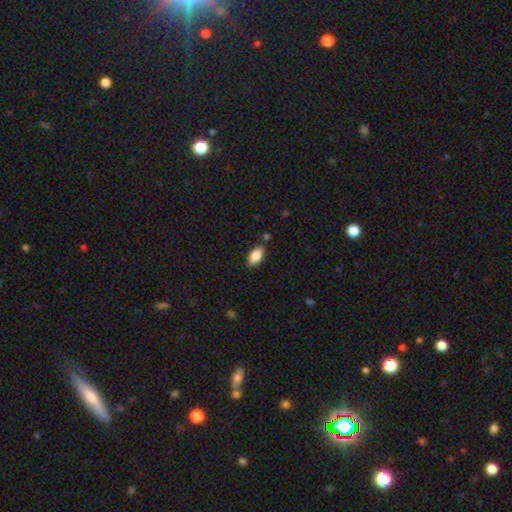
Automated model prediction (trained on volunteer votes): Smooth or featured? smooth (85%)
How rounded? in between (93%)
Merging? none (83%)